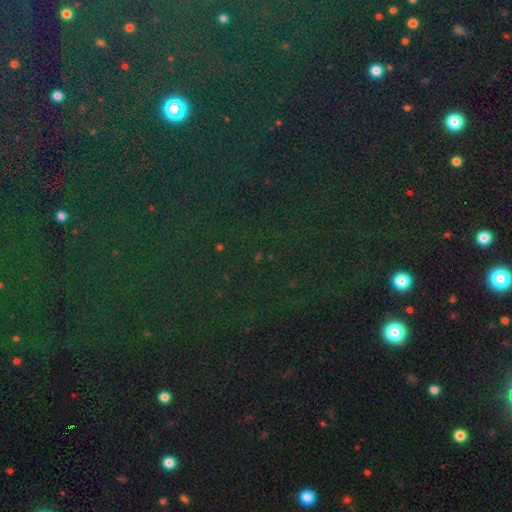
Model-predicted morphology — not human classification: Overall: star or artifact (81%).